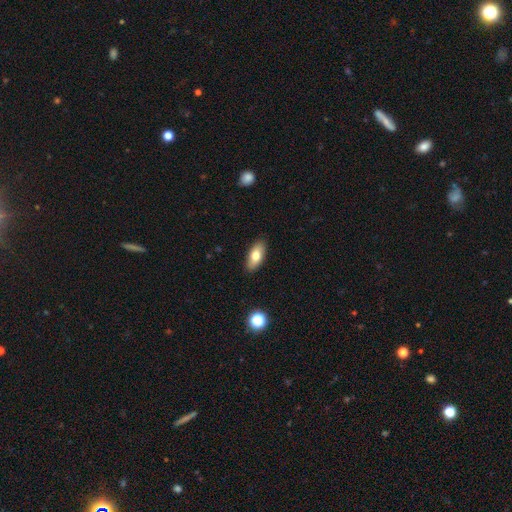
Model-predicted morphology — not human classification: Smooth or featured? smooth (75%)
How rounded? in between (86%)
Merging? none (89%)